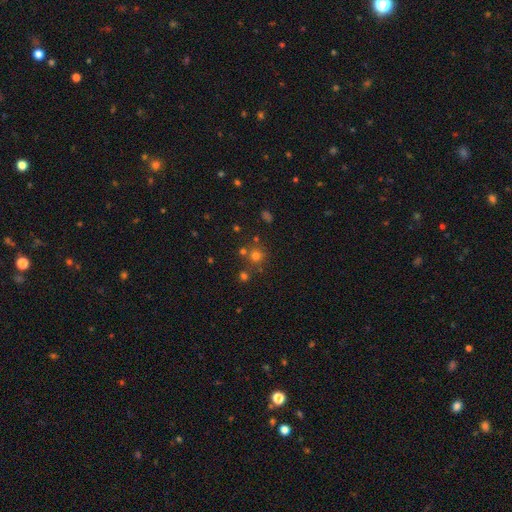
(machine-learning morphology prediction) Smooth or featured? Predicted: smooth (p=0.67). How rounded? Predicted: round (p=0.91). Merging? Predicted: none (p=0.72).